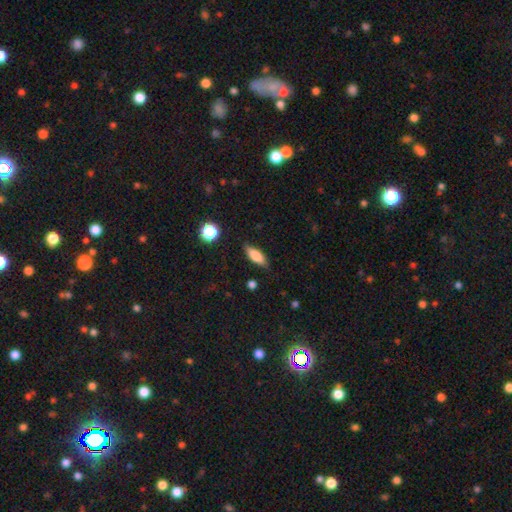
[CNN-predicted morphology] Overall: smooth (78%). How rounded: in between (66%; cigar-shaped 31%). Merging: none (84%).